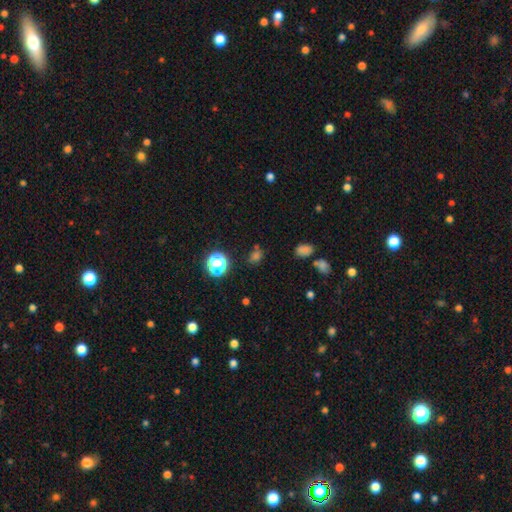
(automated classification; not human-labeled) Overall: smooth (52%; star or artifact 41%). How rounded: round (64%; in between 33%). Merging: none (77%).